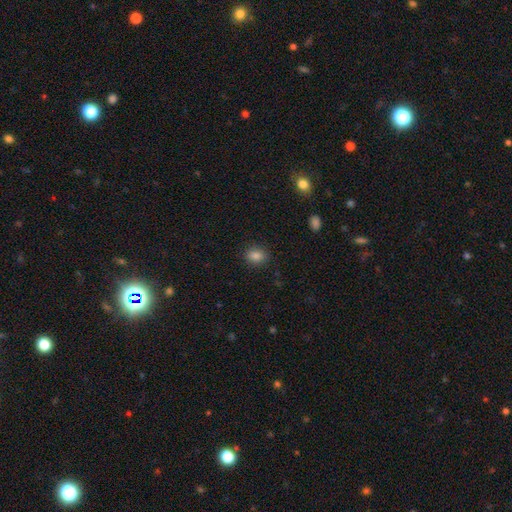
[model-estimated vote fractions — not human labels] Smooth or featured? Predicted: smooth (p=0.84). How rounded? Predicted: in between (p=0.58). Merging? Predicted: none (p=0.87).